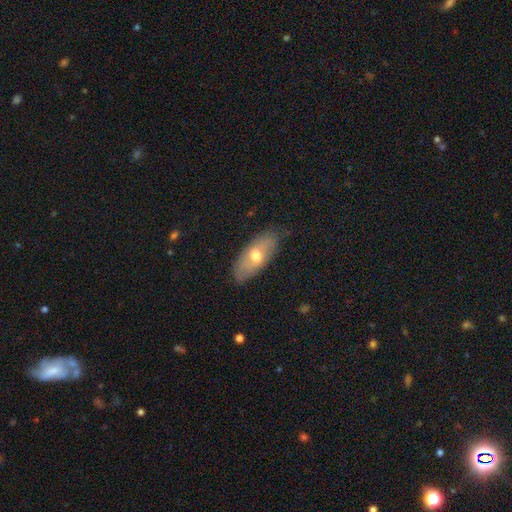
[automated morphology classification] This is possibly a smooth galaxy (56%). How rounded: clearly in between (84%). Merging: likely none (79%).